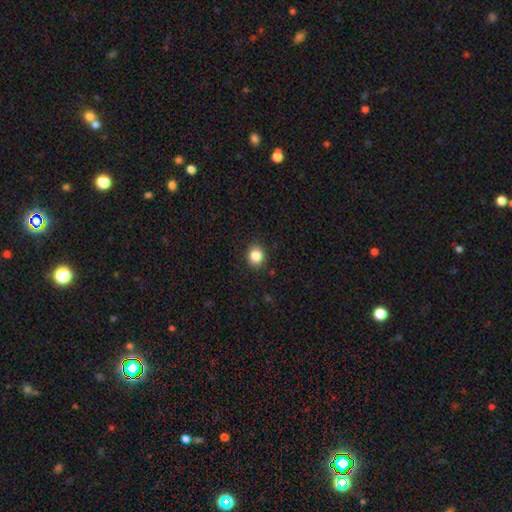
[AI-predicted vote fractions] Morphology: type=smooth (85%); roundness=round (75%); merging=none (90%).